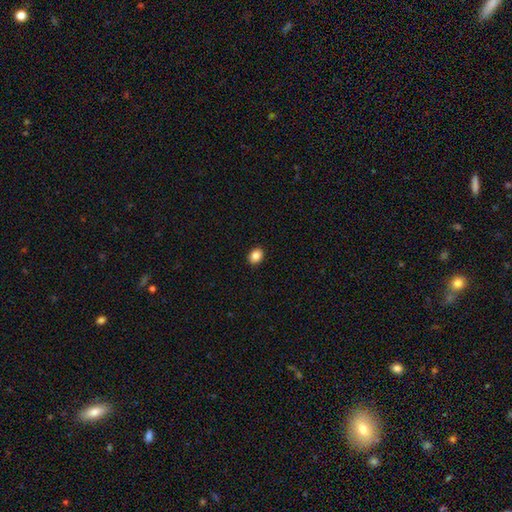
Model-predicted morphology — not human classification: smooth-or-featured: smooth: 87% | star or artifact: 9% | featured or disk: 4%
  how-rounded: in between: 55% | round: 44% | cigar-shaped: 1%
  merging: none: 92% | minor disturbance: 6% | major disturbance: 2% | merger: 1%